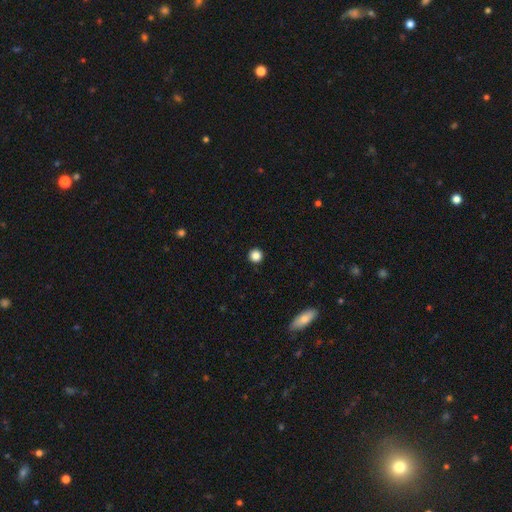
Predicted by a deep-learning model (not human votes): This is clearly a smooth galaxy (86%). How rounded: clearly round (96%). Merging: clearly none (94%).